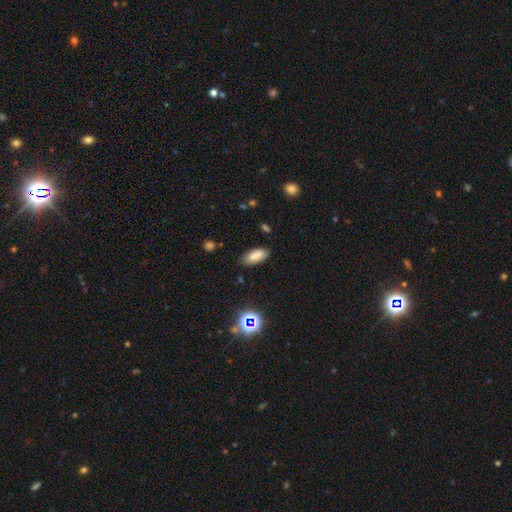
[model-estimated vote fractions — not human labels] This is clearly a smooth galaxy (81%). How rounded: clearly in between (86%). Merging: clearly none (81%).